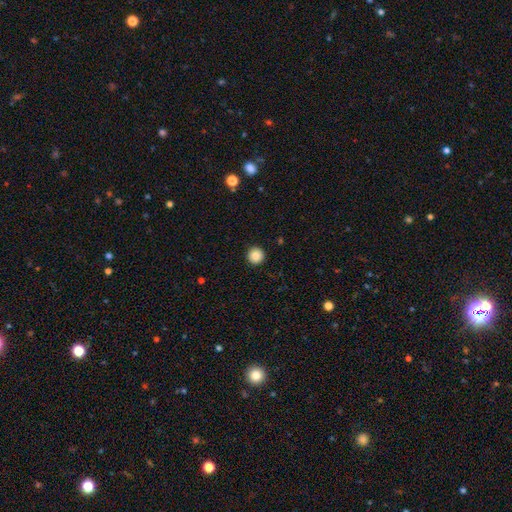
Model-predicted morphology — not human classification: A smooth galaxy with no disk features (86%) that is round (96%). Merging: none (93%).